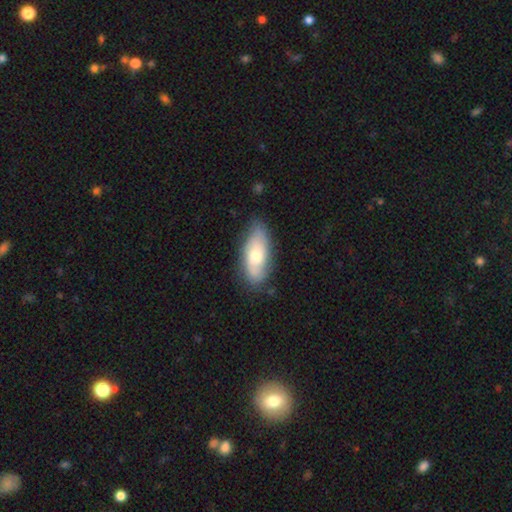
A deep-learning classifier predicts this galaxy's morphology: Q: Smooth or featured?
A: smooth (52%); runner-up: featured or disk (42%)
Q: How rounded?
A: in between (82%); runner-up: cigar-shaped (15%)
Q: Merging?
A: none (74%); runner-up: minor disturbance (20%)